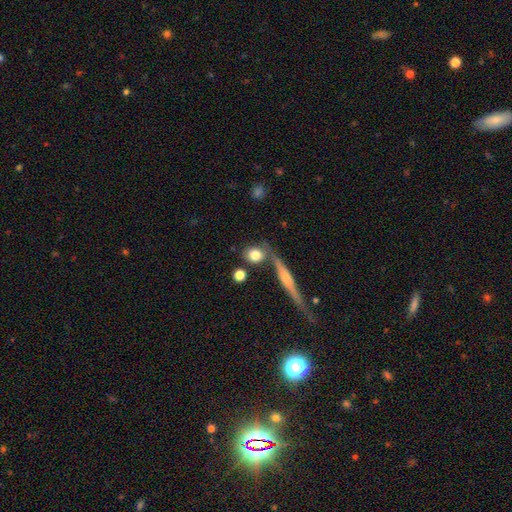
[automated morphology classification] Smooth or featured?
  - smooth: 78% *
  - featured or disk: 14%
  - star or artifact: 9%
How rounded?
  - round: 73% *
  - in between: 21%
  - cigar-shaped: 5%
Merging?
  - none: 67% *
  - merger: 17%
  - minor disturbance: 12%
  - major disturbance: 4%